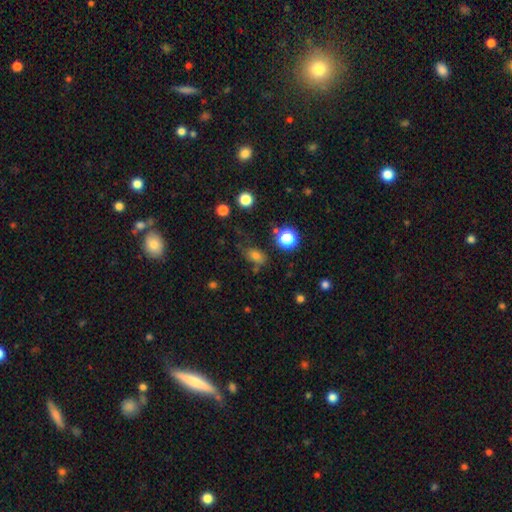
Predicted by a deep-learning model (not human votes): smooth 74%, star or artifact 18%, featured or disk 8%. Down the decision tree: how rounded — in between (72%); merging — none (65%).